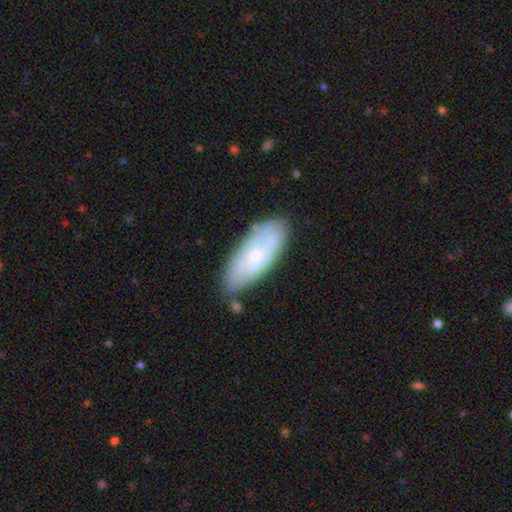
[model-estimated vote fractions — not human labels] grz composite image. It shows a smooth galaxy with no disk features (49%). Merging: none (73%).